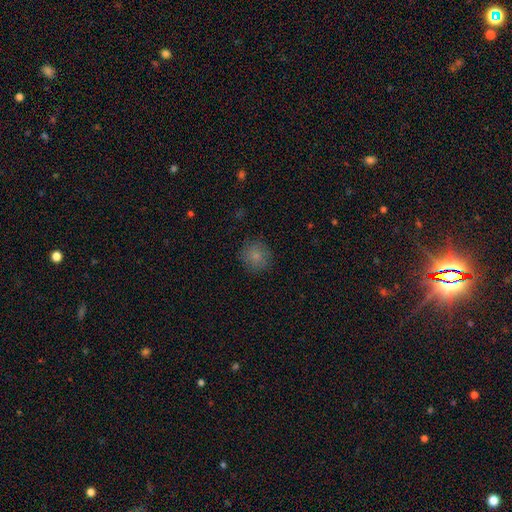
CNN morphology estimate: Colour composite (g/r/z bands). It shows a smooth galaxy with no disk features (82%) that is round (90%). Merging: none (86%).